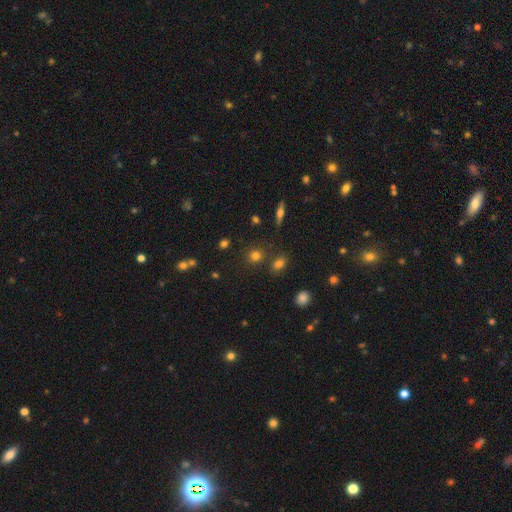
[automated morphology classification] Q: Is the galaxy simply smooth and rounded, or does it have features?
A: smooth — 76%.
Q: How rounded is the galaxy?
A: round — 82%.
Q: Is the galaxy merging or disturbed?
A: none — 79%.